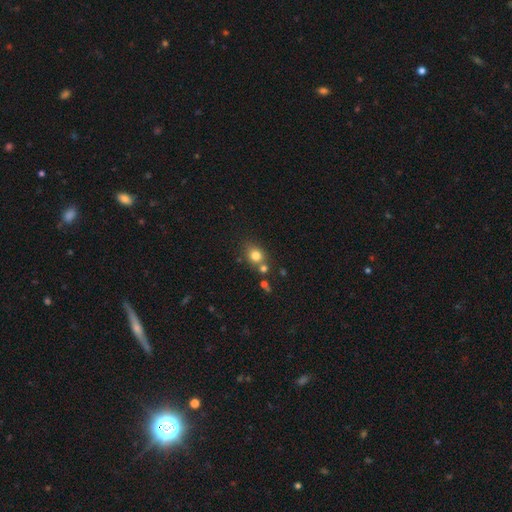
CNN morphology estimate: Smooth or featured? smooth (78%)
How rounded? round (70%)
Merging? none (61%)